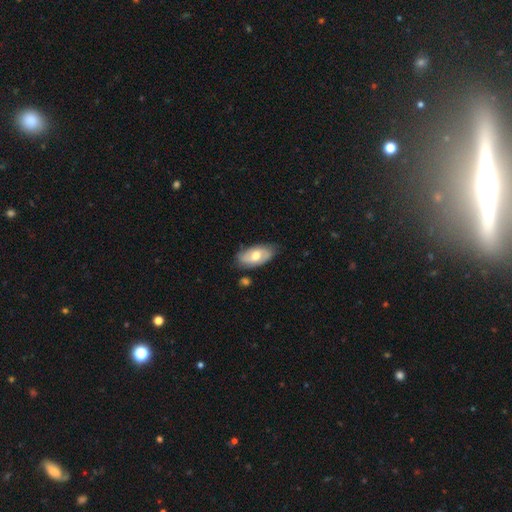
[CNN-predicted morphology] Smooth or featured?
  - featured or disk: 48% *
  - smooth: 46%
  - star or artifact: 6%
Merging?
  - none: 73% *
  - minor disturbance: 20%
  - major disturbance: 4%
  - merger: 3%